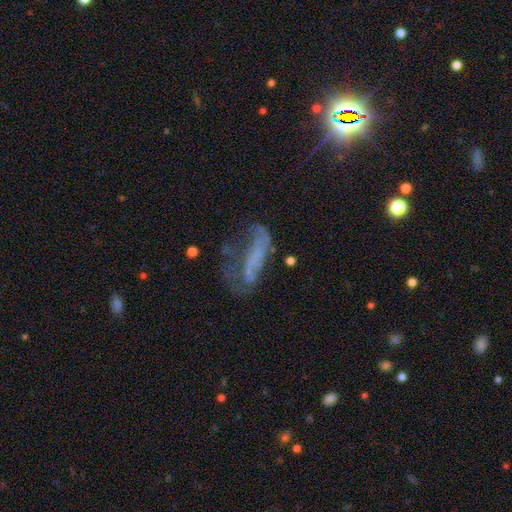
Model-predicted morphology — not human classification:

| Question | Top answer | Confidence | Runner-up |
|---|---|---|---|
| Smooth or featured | featured or disk | 52% | smooth (26%) |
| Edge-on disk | no | 87% | yes (13%) |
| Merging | major disturbance | 42% | none (31%) |